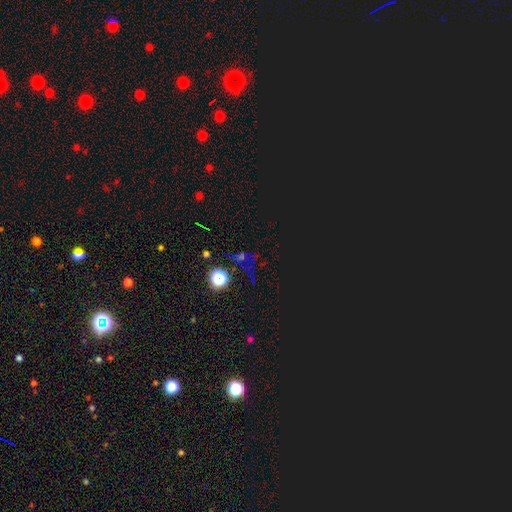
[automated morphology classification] Overall: star or artifact (67%).